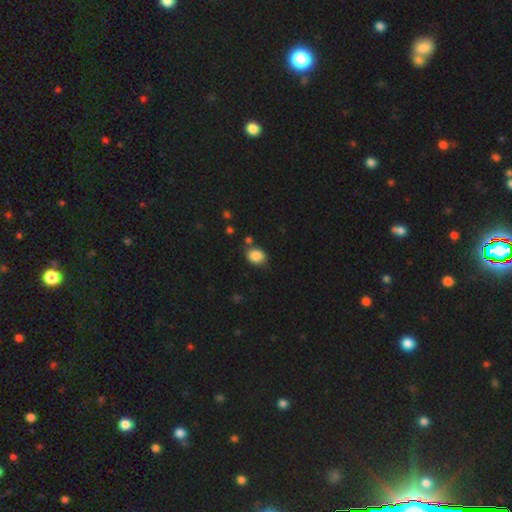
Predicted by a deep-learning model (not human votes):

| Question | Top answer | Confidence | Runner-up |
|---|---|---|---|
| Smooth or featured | smooth | 86% | star or artifact (9%) |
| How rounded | in between | 59% | round (40%) |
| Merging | none | 75% | minor disturbance (16%) |